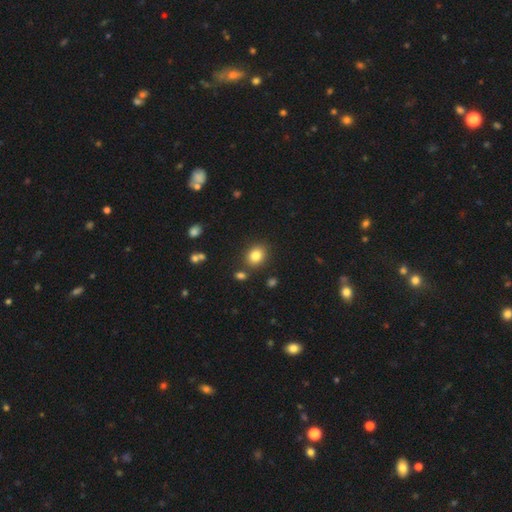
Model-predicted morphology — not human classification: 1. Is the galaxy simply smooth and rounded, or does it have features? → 83% smooth, 11% star or artifact, 7% featured or disk.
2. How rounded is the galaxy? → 58% round, 41% in between, 1% cigar-shaped.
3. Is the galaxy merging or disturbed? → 82% none, 9% minor disturbance, 6% merger, 3% major disturbance.